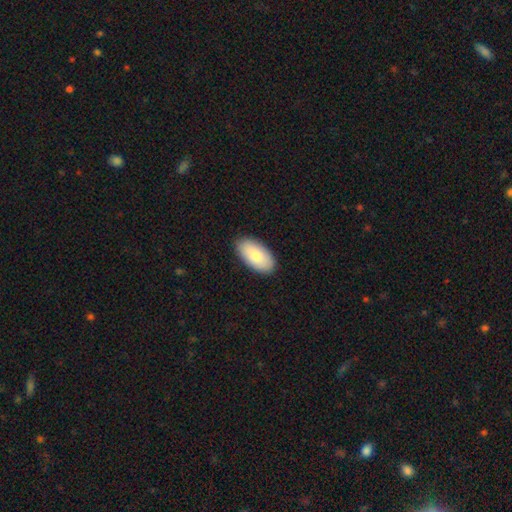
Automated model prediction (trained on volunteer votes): The model was most divided on "smooth or featured": smooth: 83%, featured or disk: 11%, star or artifact: 6%. More confident: how rounded — in between (96%); merging — none (88%).